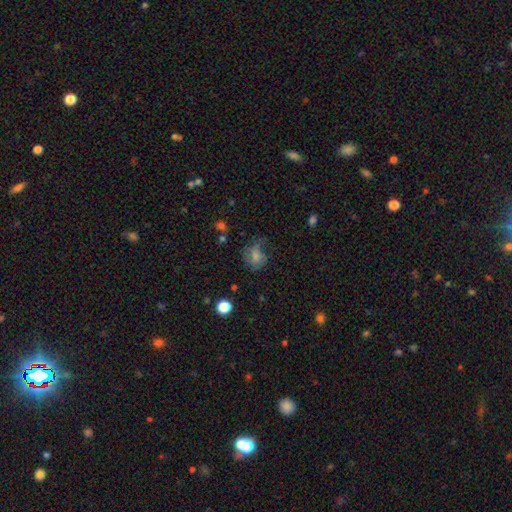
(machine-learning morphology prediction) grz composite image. It shows a smooth galaxy with no disk features (66%) that is round (55%). Merging: none (46%).